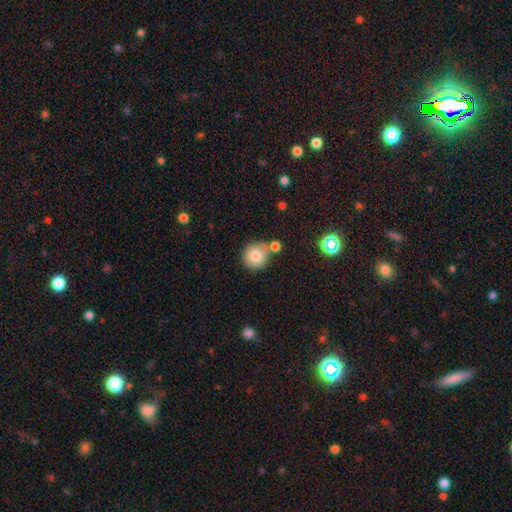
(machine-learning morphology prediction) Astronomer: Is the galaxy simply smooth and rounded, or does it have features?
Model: smooth — 80%.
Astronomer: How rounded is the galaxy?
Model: round — 90%.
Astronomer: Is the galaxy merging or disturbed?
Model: none — 67%.